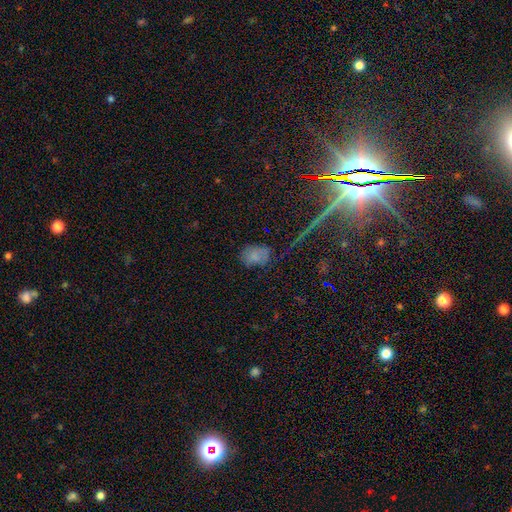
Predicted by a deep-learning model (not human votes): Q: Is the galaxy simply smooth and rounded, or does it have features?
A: smooth — 64%.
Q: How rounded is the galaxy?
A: in between — 74%.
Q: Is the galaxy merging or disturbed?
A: none — 58%.